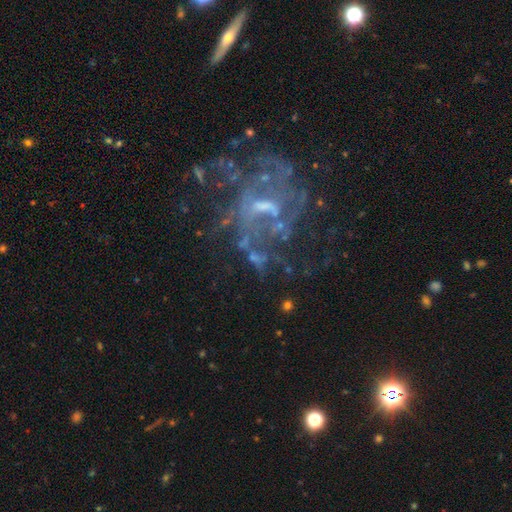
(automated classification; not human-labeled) The model was most divided on "bulge size": small: 36%, moderate: 33%, none: 26%, large: 3%, dominant: 1%. Remaining: edge-on disk — no (97%); smooth or featured — featured or disk (74%); spiral arms — yes (62%); merging — none (48%); bar — weak (44%).